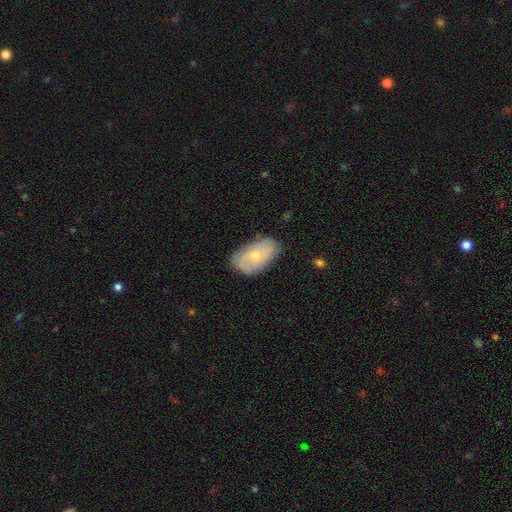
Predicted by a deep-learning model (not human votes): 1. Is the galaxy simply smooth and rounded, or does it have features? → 51% smooth, 42% featured or disk, 7% star or artifact.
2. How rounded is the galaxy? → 92% in between, 6% round, 2% cigar-shaped.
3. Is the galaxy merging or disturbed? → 74% none, 21% minor disturbance, 4% major disturbance, 1% merger.